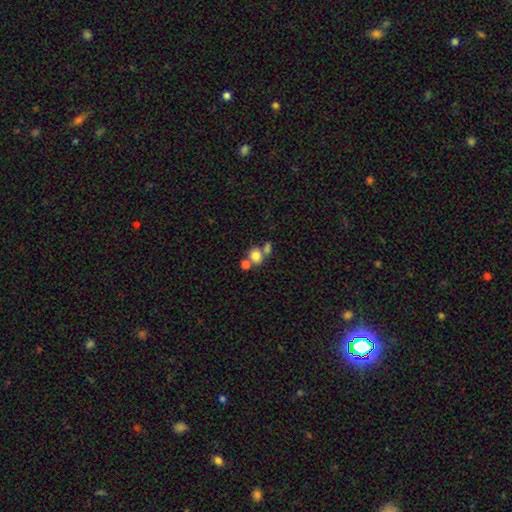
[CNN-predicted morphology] Smooth or featured? smooth (78%)
How rounded? round (65%)
Merging? none (44%)